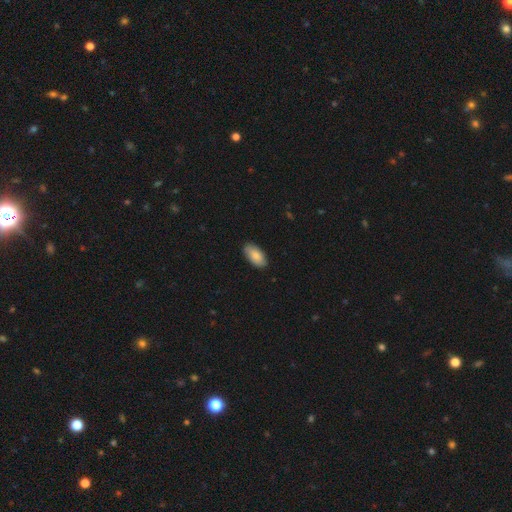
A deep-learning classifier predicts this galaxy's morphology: type=smooth (82%); roundness=in between (95%); merging=none (86%).